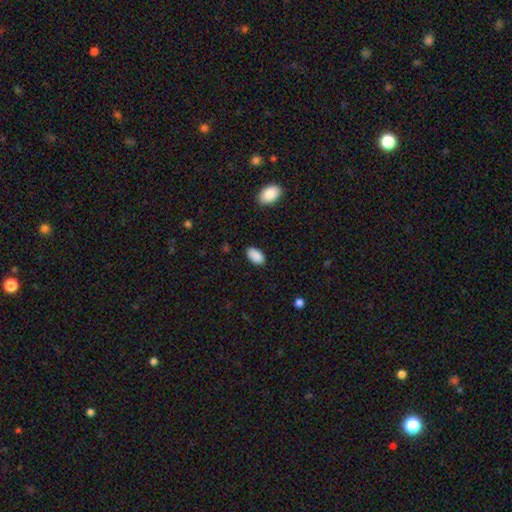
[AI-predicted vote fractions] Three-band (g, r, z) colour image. It shows a smooth galaxy with no disk features (90%) that is in between round and cigar-shaped (95%). Merging: none (86%).